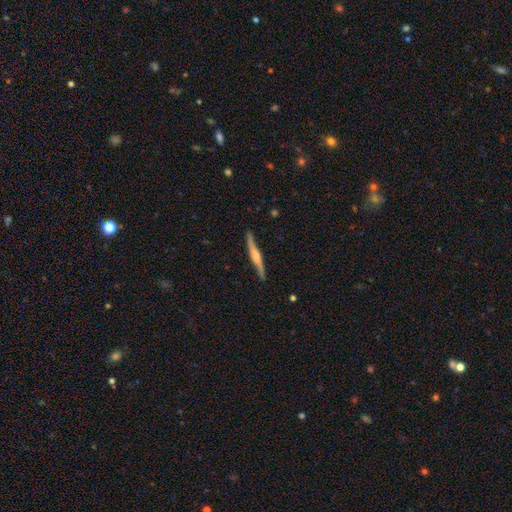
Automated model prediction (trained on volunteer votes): Smooth or featured: featured or disk — 66% (smooth — 29%)
Edge-on disk: yes — 94% (no — 6%)
Edge-on bulge: rounded — 61% (boxy — 23%)
Merging: none — 85% (minor disturbance — 12%)